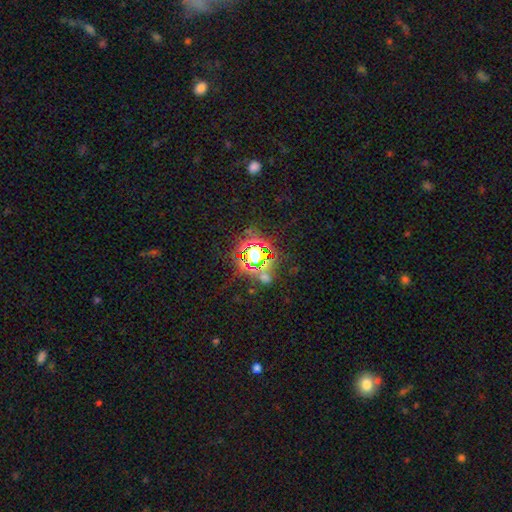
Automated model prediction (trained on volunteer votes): A star or artifact, not a galaxy (73%).

Vote fractions:
- Smooth or featured? star or artifact: 73% / smooth: 17% / featured or disk: 10%